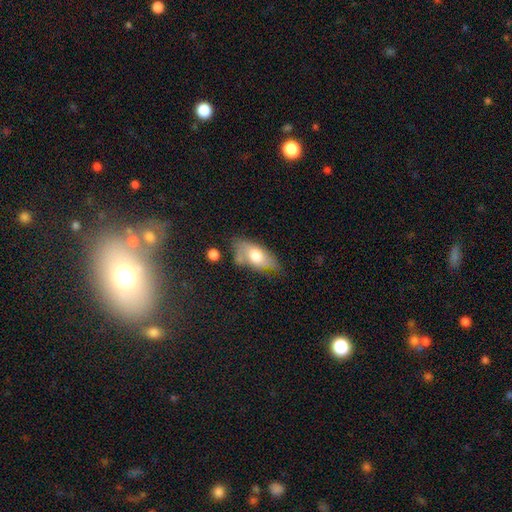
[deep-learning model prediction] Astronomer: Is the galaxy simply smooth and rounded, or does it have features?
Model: smooth — 59%.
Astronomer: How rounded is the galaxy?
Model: in between — 84%.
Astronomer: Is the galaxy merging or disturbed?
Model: none — 45% (runner-up: minor disturbance, 32%).